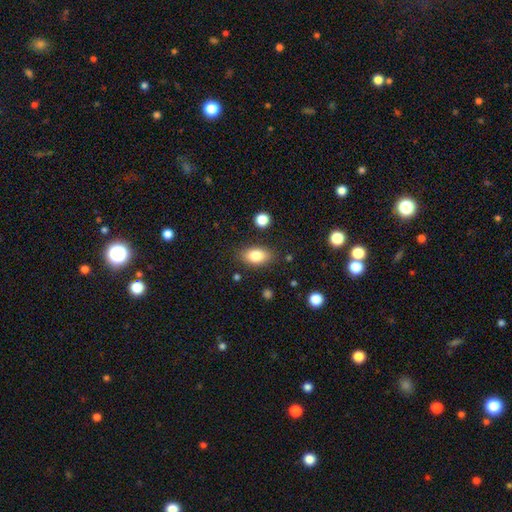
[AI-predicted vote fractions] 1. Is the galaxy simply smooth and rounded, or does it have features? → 82% smooth, 10% featured or disk, 8% star or artifact.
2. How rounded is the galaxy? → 88% in between, 9% round, 4% cigar-shaped.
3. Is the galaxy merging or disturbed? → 83% none, 11% minor disturbance, 3% major disturbance, 2% merger.